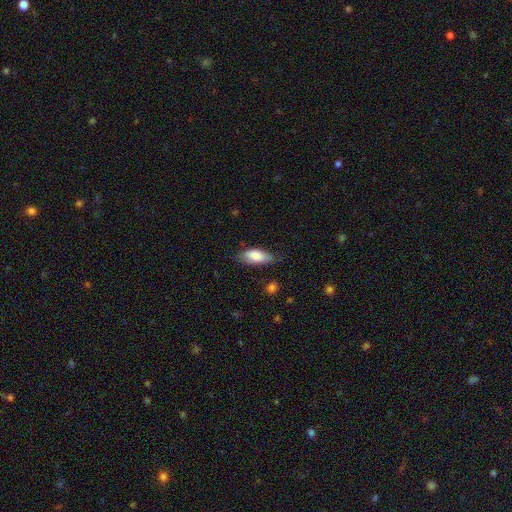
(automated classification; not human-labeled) Smooth or featured? Predicted: smooth (p=0.81). How rounded? Predicted: in between (p=0.85). Merging? Predicted: none (p=0.66).